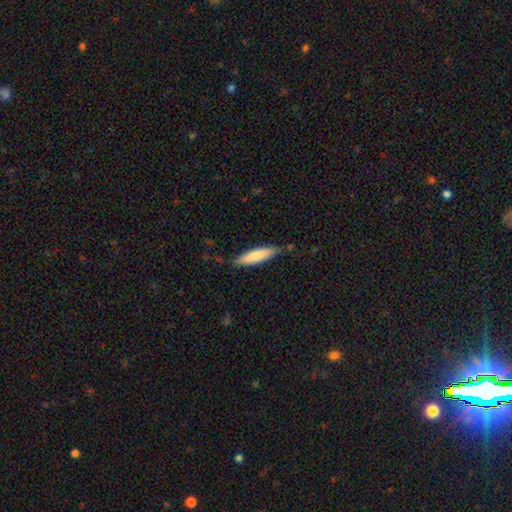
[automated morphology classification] Smooth or featured?
  - smooth: 77% *
  - featured or disk: 18%
  - star or artifact: 5%
How rounded?
  - cigar-shaped: 74% *
  - in between: 25%
  - round: 1%
Merging?
  - none: 79% *
  - minor disturbance: 16%
  - major disturbance: 3%
  - merger: 2%